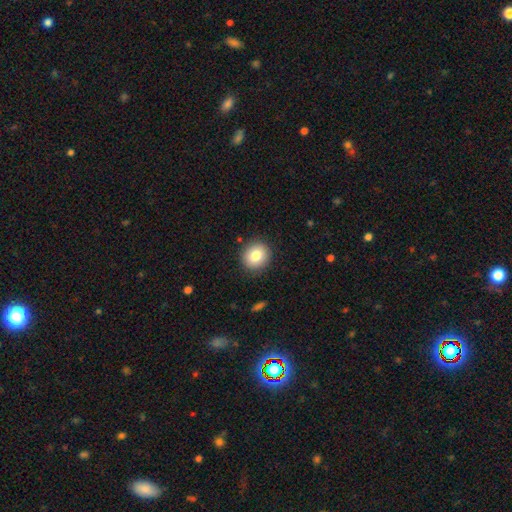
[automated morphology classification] smooth_or_featured: smooth (p=0.81) [alt: featured or disk p=0.10]
how_rounded: round (p=0.85) [alt: in between p=0.14]
merging: none (p=0.89) [alt: minor disturbance p=0.08]